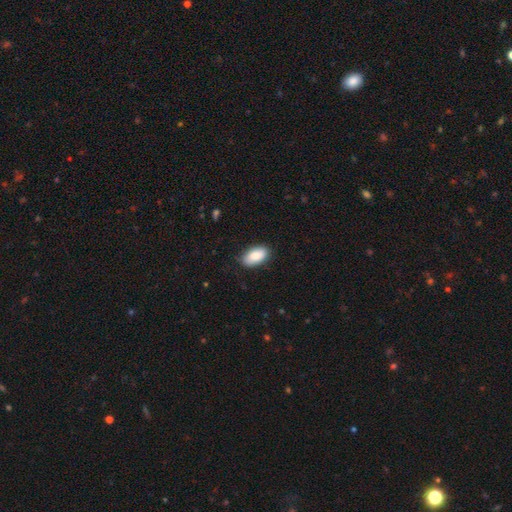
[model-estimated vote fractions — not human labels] Smooth or featured: smooth — 86% (featured or disk — 7%)
How rounded: in between — 94% (round — 3%)
Merging: none — 86% (minor disturbance — 11%)